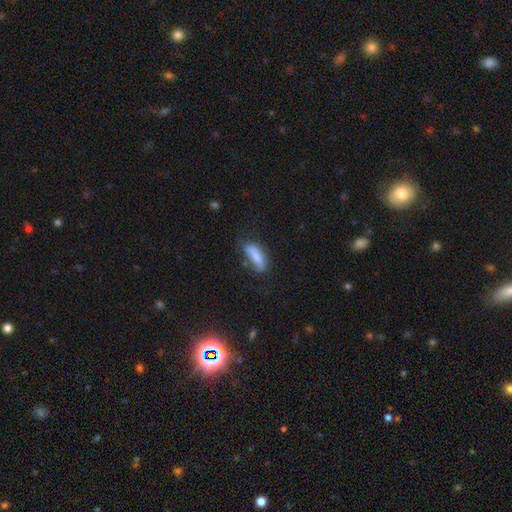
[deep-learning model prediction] Overall: smooth (80%). How rounded: in between (59%; cigar-shaped 39%). Merging: none (58%; minor disturbance 28%).